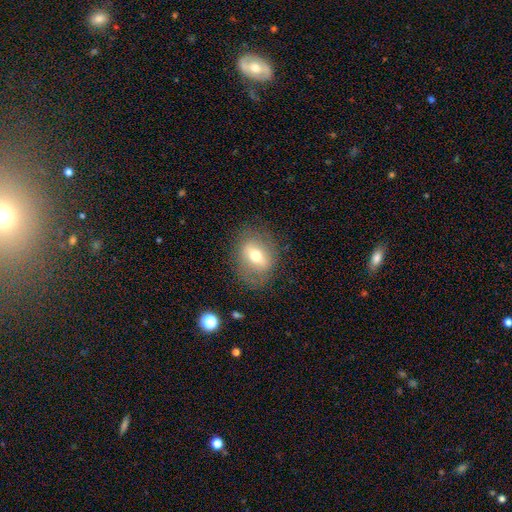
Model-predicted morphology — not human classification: A smooth galaxy with no disk features (50%). Merging: none (78%).